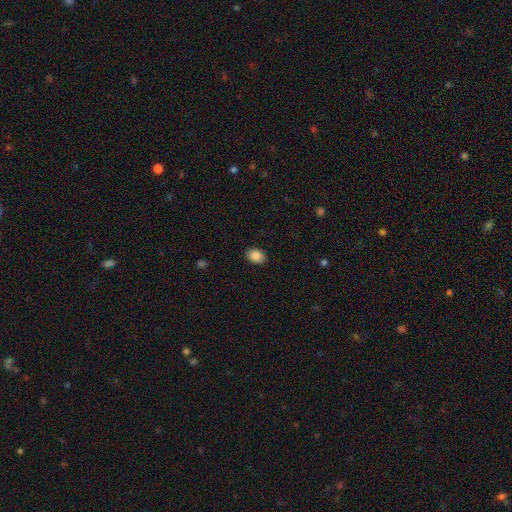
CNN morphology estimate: The model was most divided on "how rounded": in between: 70%, round: 29%, cigar-shaped: 1%. More confident: merging — none (89%); smooth or featured — smooth (86%).